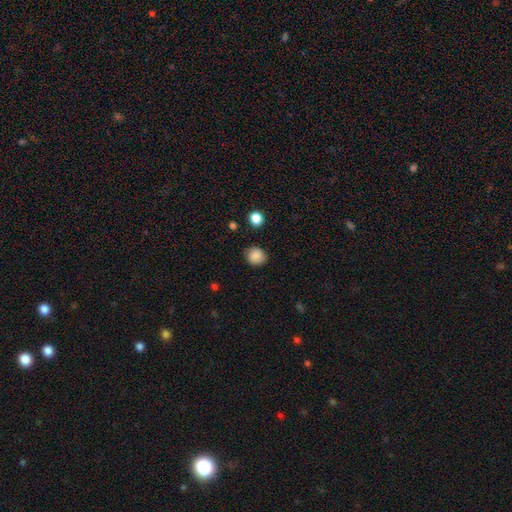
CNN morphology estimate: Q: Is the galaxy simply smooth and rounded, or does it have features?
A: smooth — 87%.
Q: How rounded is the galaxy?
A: round — 78%.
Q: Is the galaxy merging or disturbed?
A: none — 85%.